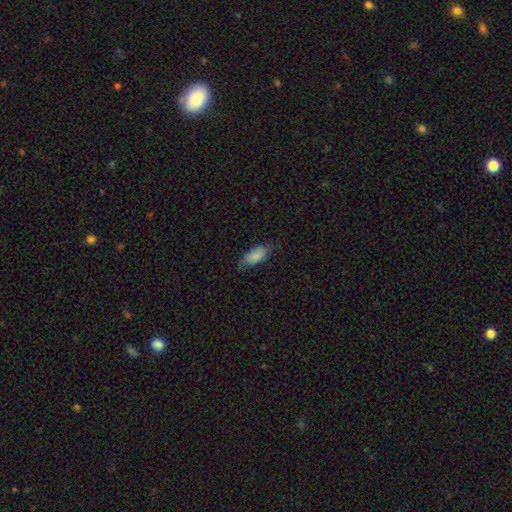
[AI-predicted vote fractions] A smooth galaxy with no disk features (84%) that is in between round and cigar-shaped (87%). Merging: none (67%).